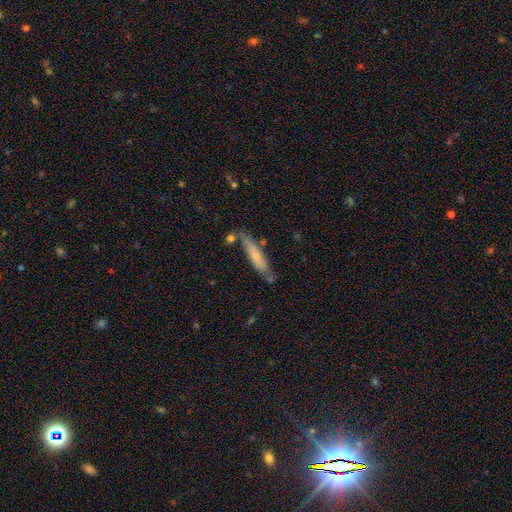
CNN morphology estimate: A smooth galaxy with no disk features (66%) that is cigar-shaped (87%).

Vote fractions:
- Smooth or featured? smooth: 66% / featured or disk: 27% / star or artifact: 6%
- How rounded? cigar-shaped: 87% / in between: 11% / round: 1%
- Merging? none: 69% / minor disturbance: 19% / merger: 8% / major disturbance: 4%